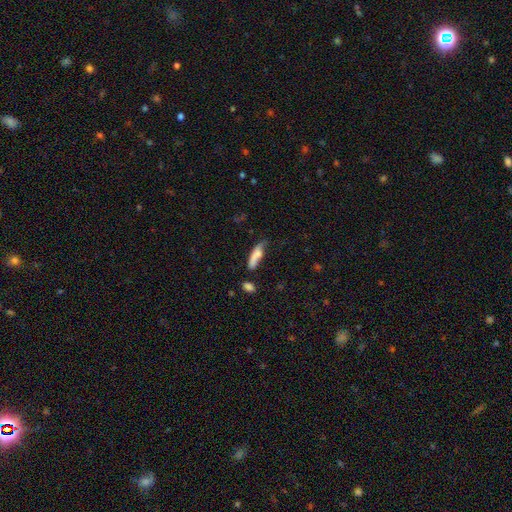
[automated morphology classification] The model was most divided on "merging": none: 43%, minor disturbance: 30%, major disturbance: 14%, merger: 13%. More confident: smooth or featured — smooth (74%); how rounded — cigar-shaped (66%).